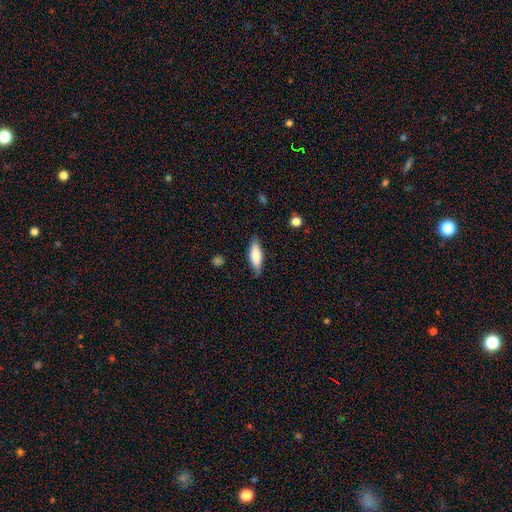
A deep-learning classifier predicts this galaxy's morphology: smooth_or_featured: smooth (p=0.78) [alt: featured or disk p=0.16]
how_rounded: in between (p=0.63) [alt: cigar-shaped p=0.35]
merging: none (p=0.81) [alt: minor disturbance p=0.15]